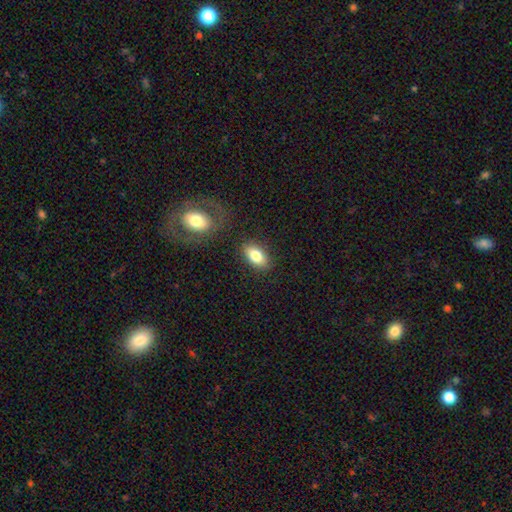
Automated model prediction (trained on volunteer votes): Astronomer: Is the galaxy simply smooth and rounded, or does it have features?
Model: smooth — 80%.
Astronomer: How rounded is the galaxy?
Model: in between — 90%.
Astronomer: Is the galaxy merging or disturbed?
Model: none — 84%.